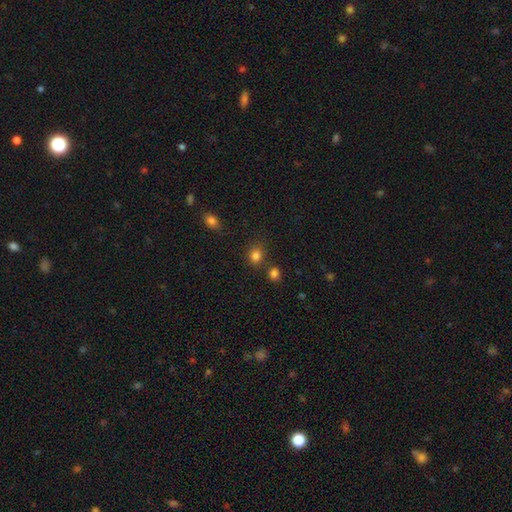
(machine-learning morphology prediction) type=smooth (82%); roundness=round (70%); merging=none (71%).